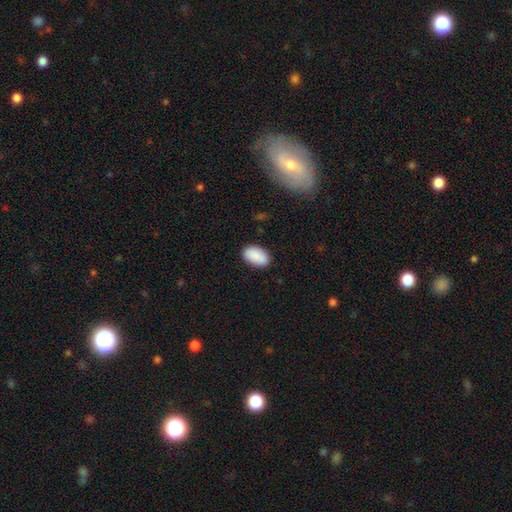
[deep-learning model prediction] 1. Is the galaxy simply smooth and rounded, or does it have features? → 90% smooth, 6% star or artifact, 4% featured or disk.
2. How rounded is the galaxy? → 93% in between, 5% round, 1% cigar-shaped.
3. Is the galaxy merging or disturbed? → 85% none, 11% minor disturbance, 2% major disturbance, 1% merger.